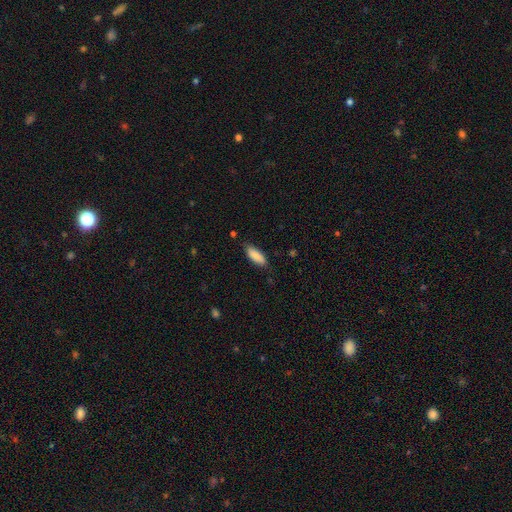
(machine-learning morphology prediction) Smooth or featured? Predicted: smooth (p=0.88). How rounded? Predicted: in between (p=0.72). Merging? Predicted: none (p=0.81).